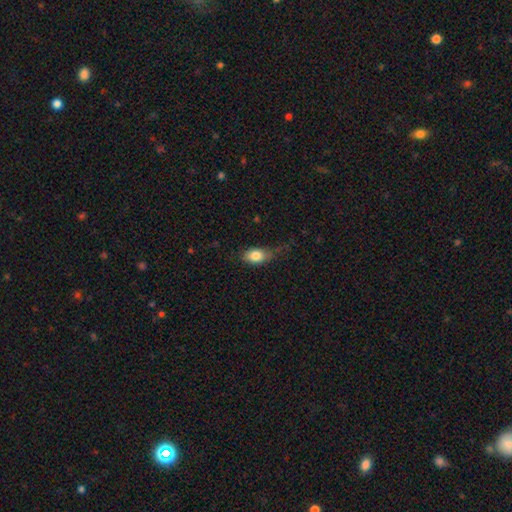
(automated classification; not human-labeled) Overall: smooth (81%). How rounded: in between (82%). Merging: none (49%; minor disturbance 33%).